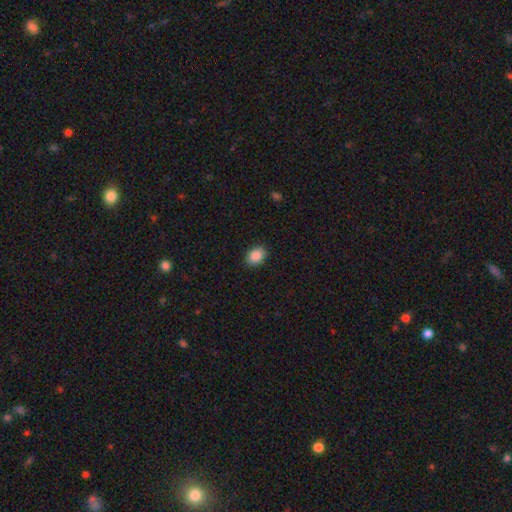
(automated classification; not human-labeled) Morphology: type=smooth (89%); roundness=in between (75%); merging=none (88%).